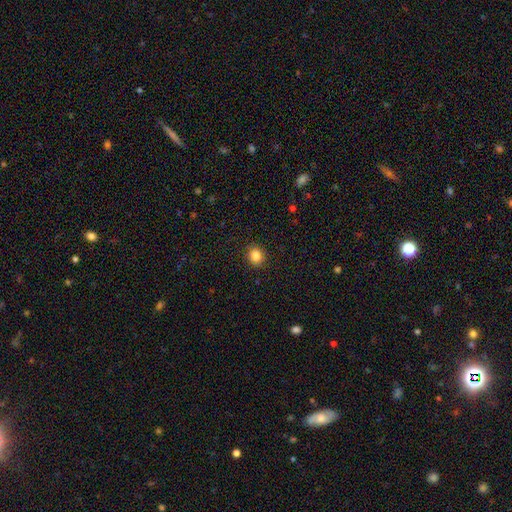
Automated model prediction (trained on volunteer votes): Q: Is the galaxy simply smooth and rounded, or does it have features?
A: smooth — 85%.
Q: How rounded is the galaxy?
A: round — 77%.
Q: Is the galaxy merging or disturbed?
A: none — 91%.